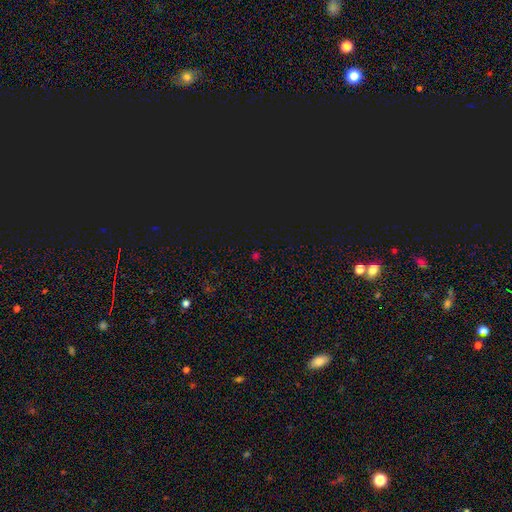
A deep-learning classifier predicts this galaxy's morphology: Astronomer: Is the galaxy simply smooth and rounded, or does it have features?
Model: star or artifact — 63%.